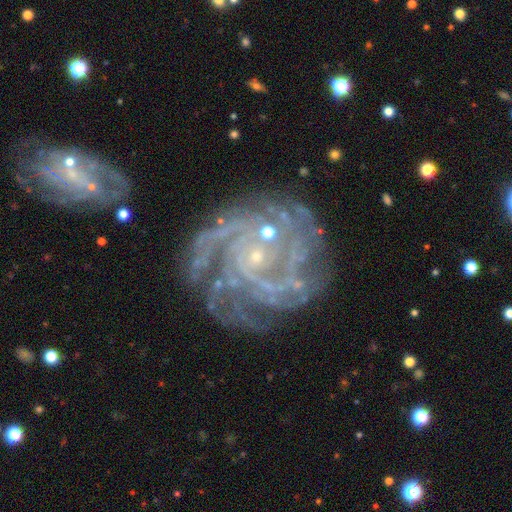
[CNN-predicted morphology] A featured or disk galaxy (88%) with no bar (71%), 4 (24%) tight (71%) spiral arms (97%) and a small central bulge (84%).

Vote fractions:
- Smooth or featured? featured or disk: 88% / star or artifact: 7% / smooth: 5%
- Edge-on disk? no: 98% / yes: 2%
- Bar? no: 71% / weak: 22% / strong: 7%
- Spiral arms? yes: 97% / no: 3%
- Spiral winding? tight: 71% / medium: 24% / loose: 5%
- Spiral arm count? 4: 24% / can't tell: 22% / more than 4: 19% / 3: 16% / 2: 11% / 1: 8%
- Bulge size? small: 84% / moderate: 8% / none: 6% / large: 1% / dominant: 1%
- Merging? none: 66% / minor disturbance: 17% / major disturbance: 10% / merger: 6%